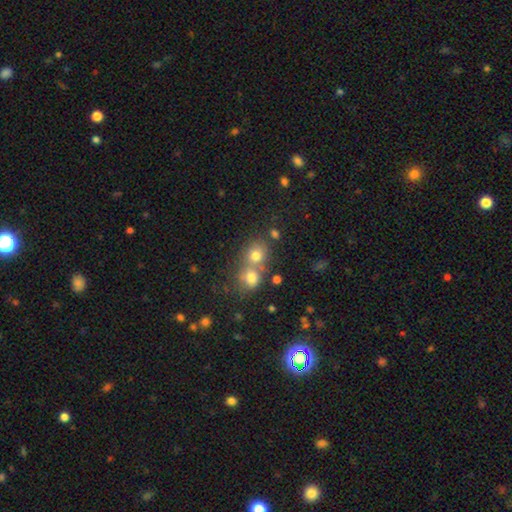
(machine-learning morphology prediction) type=smooth (75%); roundness=round (73%); merging=merger (50%).